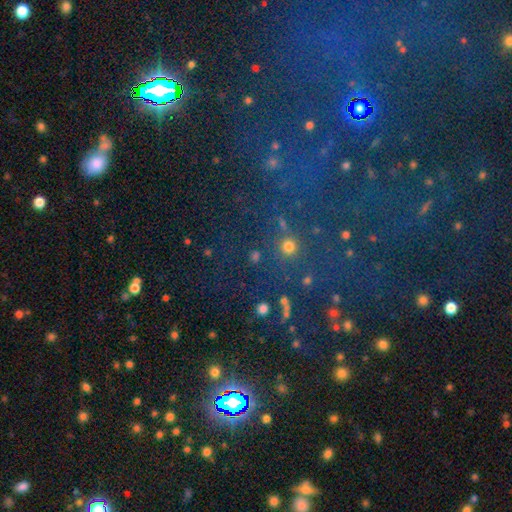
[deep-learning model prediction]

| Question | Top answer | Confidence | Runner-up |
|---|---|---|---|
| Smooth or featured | star or artifact | 56% | smooth (35%) |